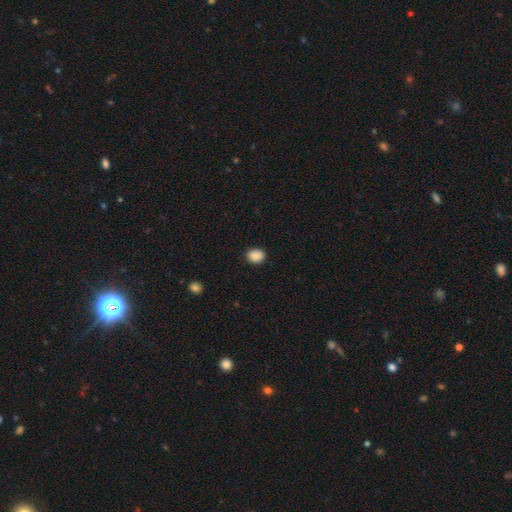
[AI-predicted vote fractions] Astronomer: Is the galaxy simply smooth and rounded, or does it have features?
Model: smooth — 88%.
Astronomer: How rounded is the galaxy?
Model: round — 52% (runner-up: in between, 47%).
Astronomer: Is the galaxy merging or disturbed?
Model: none — 89%.